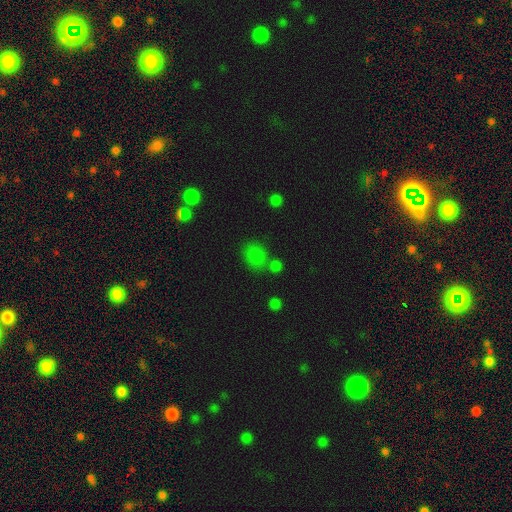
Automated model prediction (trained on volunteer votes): Smooth or featured: smooth — 76% (star or artifact — 18%)
How rounded: round — 49% (tied with in between — 49%)
Merging: none — 58% (merger — 22%)